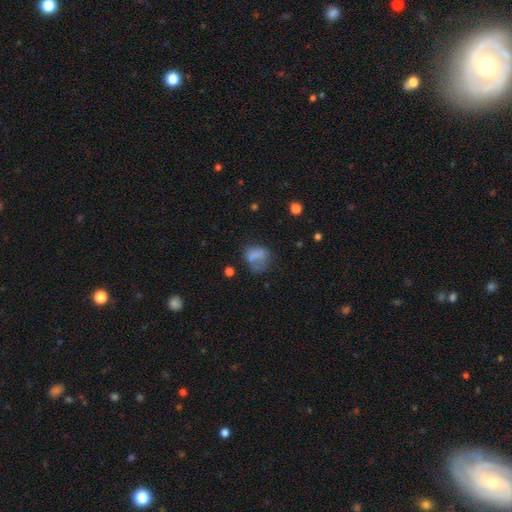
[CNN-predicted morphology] A smooth galaxy with no disk features (69%) that is in between round and cigar-shaped (53%).

Vote fractions:
- Smooth or featured? smooth: 69% / featured or disk: 18% / star or artifact: 13%
- How rounded? in between: 53% / round: 45% / cigar-shaped: 2%
- Merging? none: 38% / major disturbance: 30% / minor disturbance: 26% / merger: 7%